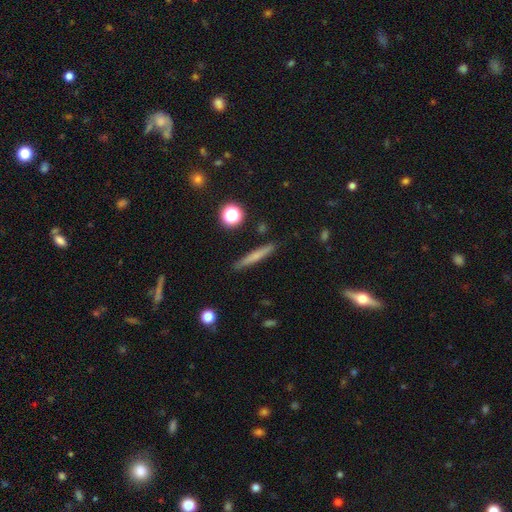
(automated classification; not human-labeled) Smooth or featured? Predicted: smooth (p=0.59). How rounded? Predicted: cigar-shaped (p=0.93). Merging? Predicted: none (p=0.89).